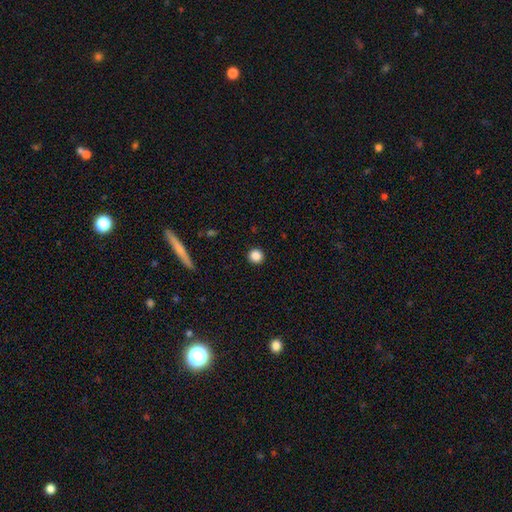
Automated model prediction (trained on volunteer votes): Smooth or featured? Predicted: smooth (p=0.87). How rounded? Predicted: round (p=0.95). Merging? Predicted: none (p=0.92).